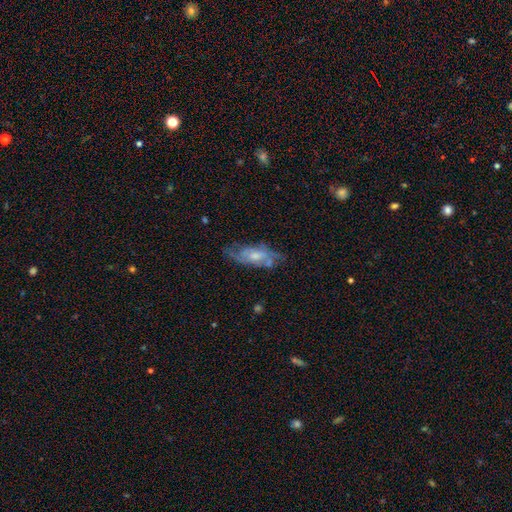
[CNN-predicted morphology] smooth_or_featured: featured or disk (p=0.64) [alt: smooth p=0.29]
disk_edge_on: no (p=0.84) [alt: yes p=0.16]
bar: no (p=0.62) [alt: weak p=0.32]
has_spiral_arms: yes (p=0.75) [alt: no p=0.25]
bulge_size: small (p=0.45) [alt: moderate p=0.43]
merging: none (p=0.58) [alt: minor disturbance p=0.25]